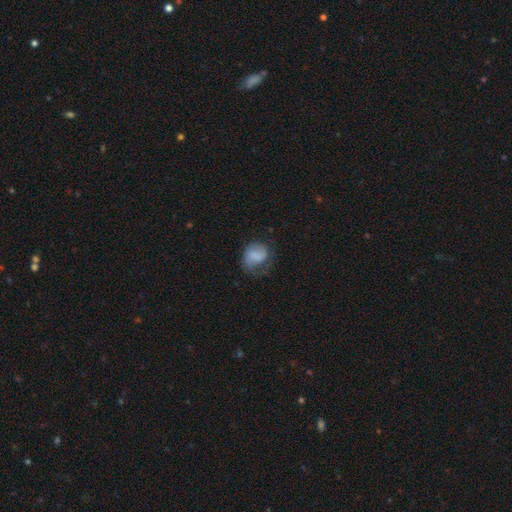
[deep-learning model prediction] This is likely a smooth galaxy (61%). How rounded: possibly round (55%). Merging: marginally none (40%).